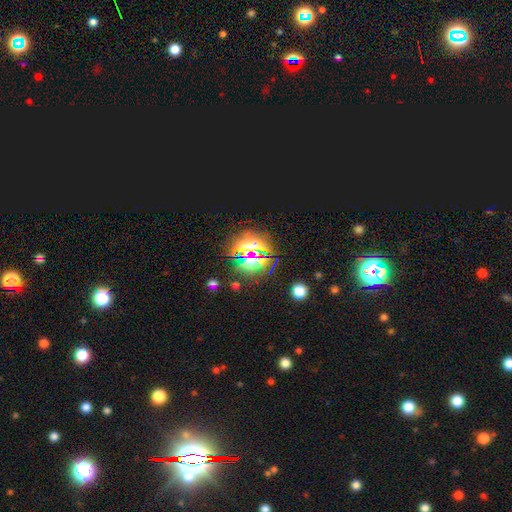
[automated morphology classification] smooth-or-featured: star or artifact: 80% | smooth: 12% | featured or disk: 8%